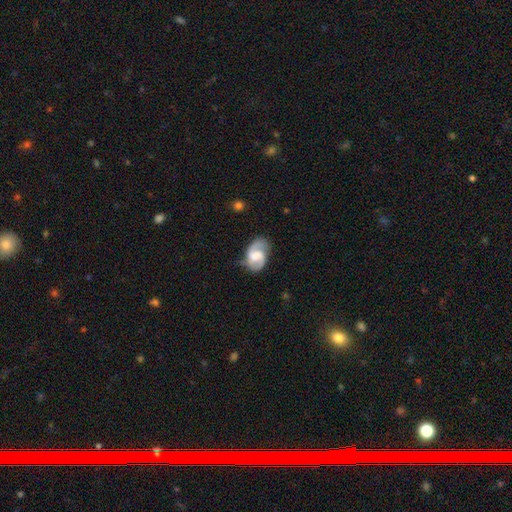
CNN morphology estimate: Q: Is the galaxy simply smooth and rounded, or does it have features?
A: featured or disk — 78%.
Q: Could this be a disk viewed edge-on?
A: no — 97%.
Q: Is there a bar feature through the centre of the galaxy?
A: weak — 52%.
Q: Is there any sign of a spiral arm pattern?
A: yes — 94%.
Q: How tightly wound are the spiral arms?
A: medium — 51%.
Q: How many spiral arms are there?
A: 2 — 89%.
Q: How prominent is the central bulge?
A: moderate — 38%.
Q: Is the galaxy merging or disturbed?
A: none — 68%.